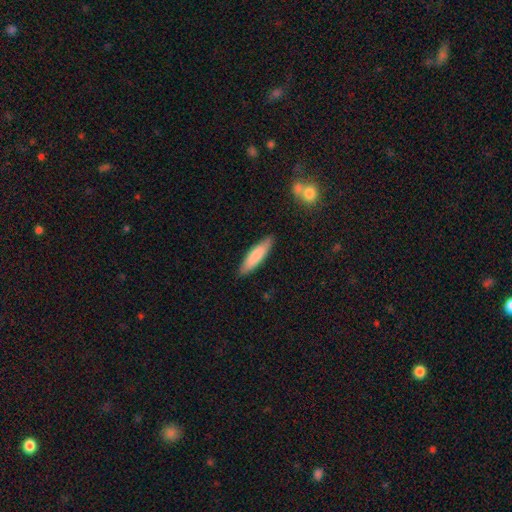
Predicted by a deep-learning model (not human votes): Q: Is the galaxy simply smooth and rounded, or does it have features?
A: smooth — 81%.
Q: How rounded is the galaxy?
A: cigar-shaped — 69%.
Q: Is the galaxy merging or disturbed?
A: none — 87%.